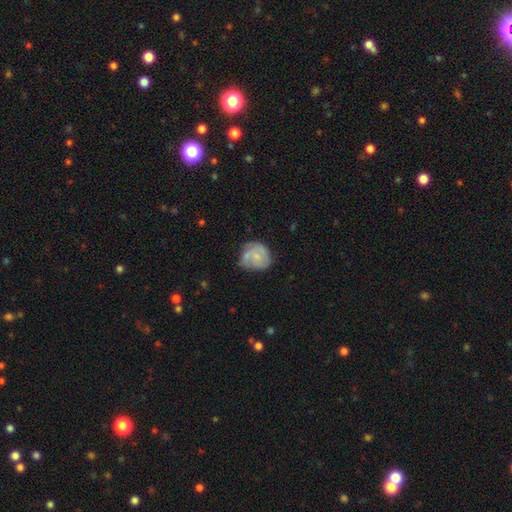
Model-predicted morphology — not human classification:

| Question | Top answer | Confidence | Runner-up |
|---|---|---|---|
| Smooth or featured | smooth | 48% | featured or disk (45%) |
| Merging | none | 46% | minor disturbance (34%) |